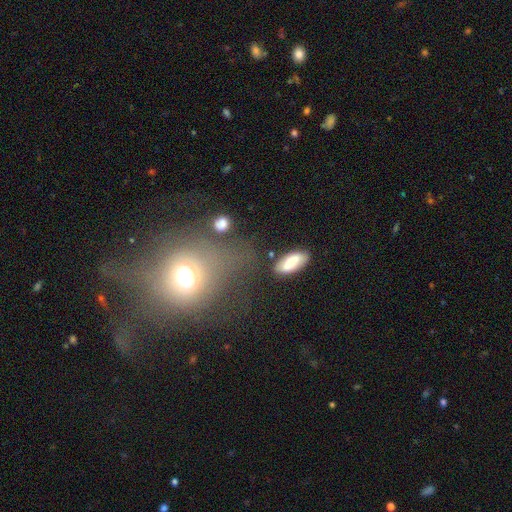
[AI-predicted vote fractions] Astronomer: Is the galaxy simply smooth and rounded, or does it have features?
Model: smooth — 40% (runner-up: star or artifact, 33%).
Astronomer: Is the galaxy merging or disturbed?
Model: none — 57%.